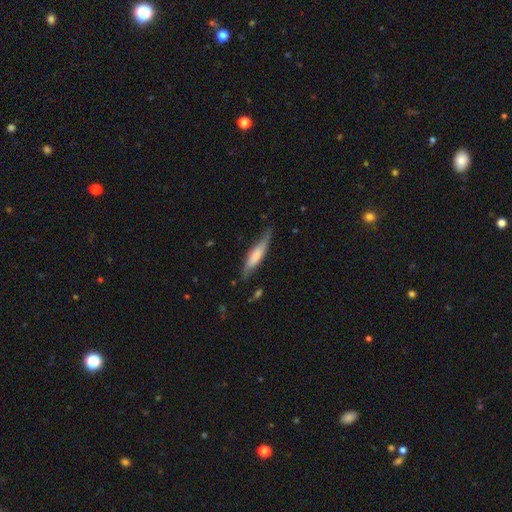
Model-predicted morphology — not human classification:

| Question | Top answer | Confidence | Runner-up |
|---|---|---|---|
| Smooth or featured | smooth | 58% | featured or disk (37%) |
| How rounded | cigar-shaped | 75% | in between (24%) |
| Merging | none | 64% | minor disturbance (27%) |